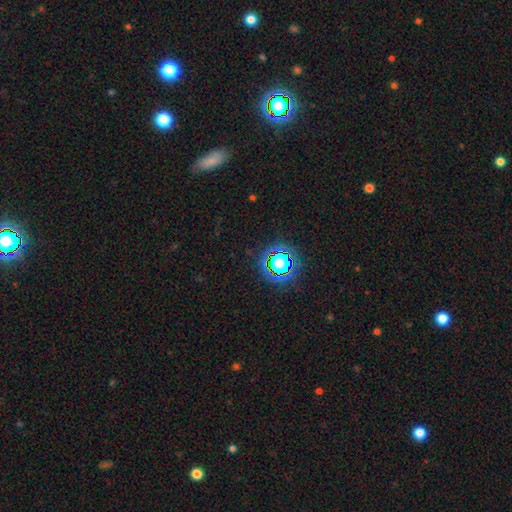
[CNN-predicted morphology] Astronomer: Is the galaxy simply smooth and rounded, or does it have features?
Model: star or artifact — 74%.